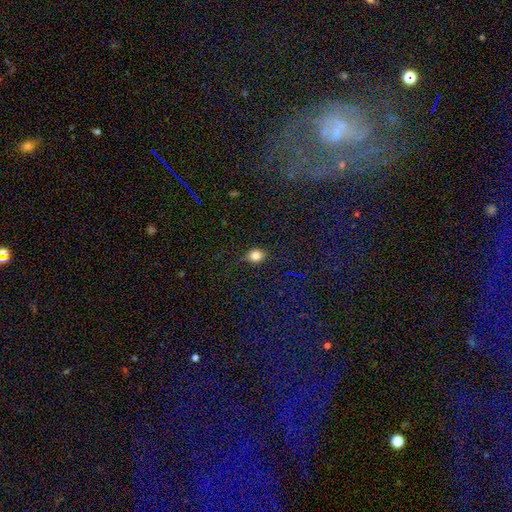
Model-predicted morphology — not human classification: A smooth galaxy with no disk features (80%) that is round (60%). Merging: none (79%).